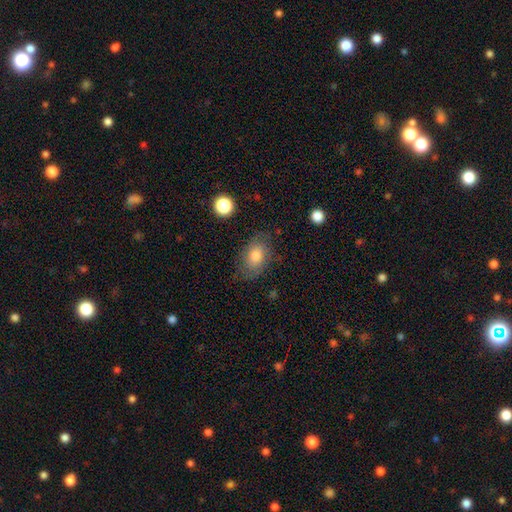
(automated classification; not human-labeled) smooth-or-featured: smooth: 65% | featured or disk: 26% | star or artifact: 9%
  how-rounded: in between: 82% | round: 17% | cigar-shaped: 2%
  merging: none: 71% | minor disturbance: 20% | major disturbance: 8% | merger: 2%